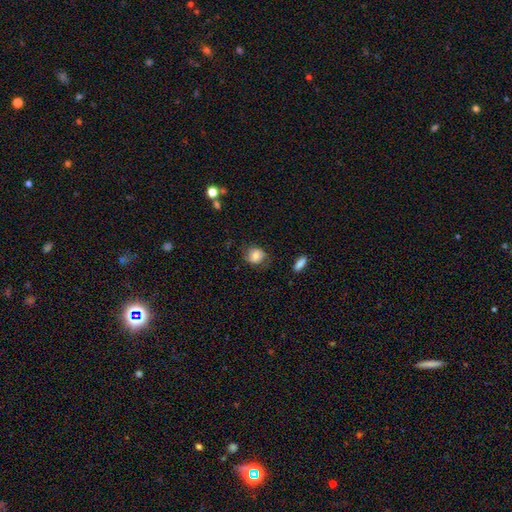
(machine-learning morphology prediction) type=smooth (73%); roundness=round (71%); merging=none (70%).